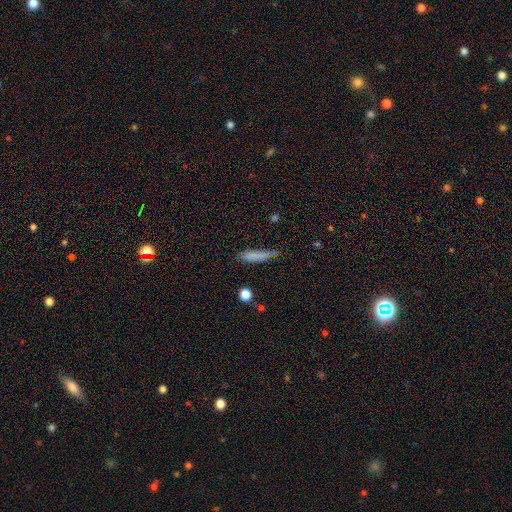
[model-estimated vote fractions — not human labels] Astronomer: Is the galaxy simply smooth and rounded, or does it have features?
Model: smooth — 77%.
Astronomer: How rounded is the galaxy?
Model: cigar-shaped — 84%.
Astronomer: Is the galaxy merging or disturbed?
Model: none — 62%.